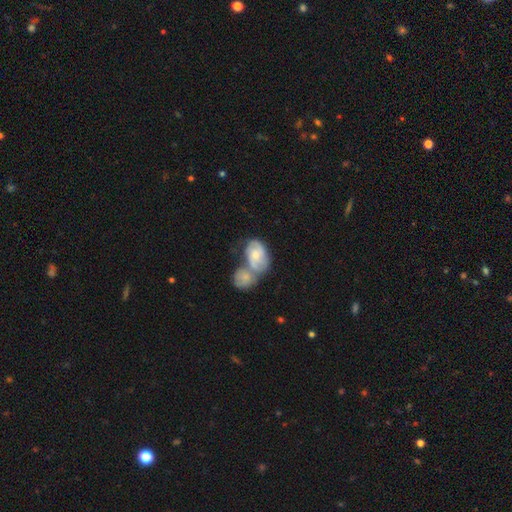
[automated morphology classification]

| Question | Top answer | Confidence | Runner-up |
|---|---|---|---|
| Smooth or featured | featured or disk | 57% | smooth (37%) |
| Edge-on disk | no | 96% | yes (4%) |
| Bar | no | 70% | weak (25%) |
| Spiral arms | yes | 80% | no (20%) |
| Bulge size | moderate | 48% | small (44%) |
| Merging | merger | 69% | none (18%) |